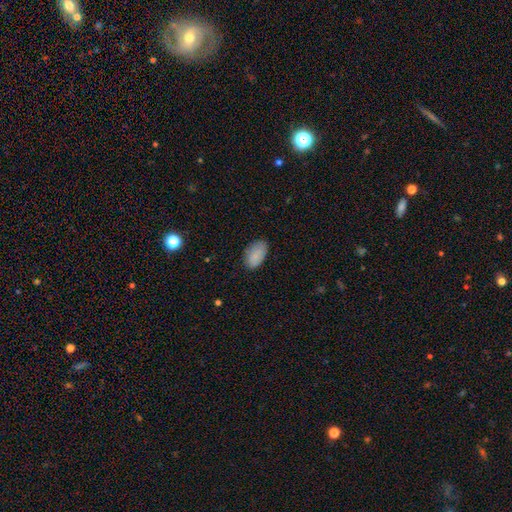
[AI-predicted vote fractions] Smooth or featured?
  - smooth: 85% *
  - featured or disk: 8%
  - star or artifact: 7%
How rounded?
  - in between: 94% *
  - round: 5%
  - cigar-shaped: 2%
Merging?
  - none: 78% *
  - minor disturbance: 17%
  - major disturbance: 3%
  - merger: 1%